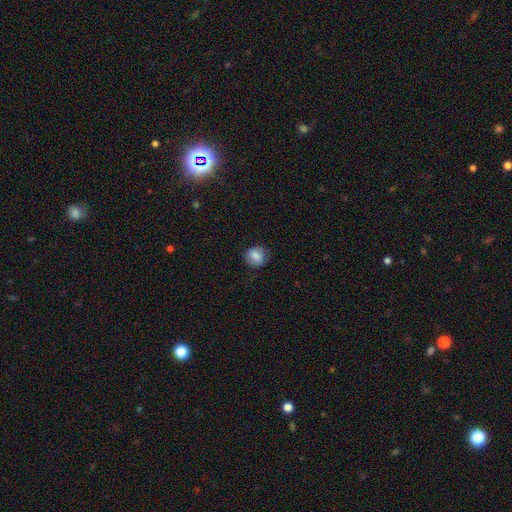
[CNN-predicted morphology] This is likely a smooth galaxy (80%). How rounded: likely round (70%). Merging: likely none (76%).